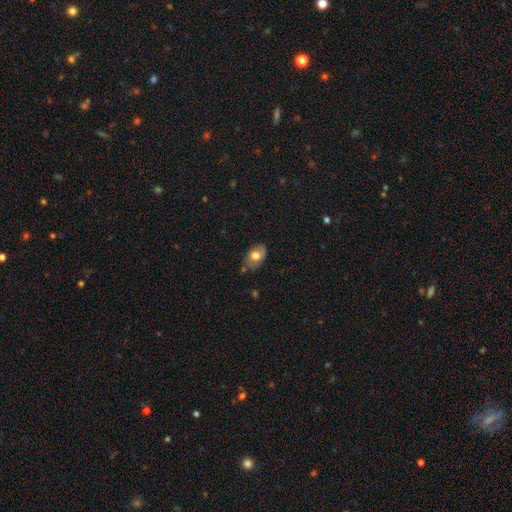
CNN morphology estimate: type=smooth (68%); roundness=in between (84%); merging=none (69%).